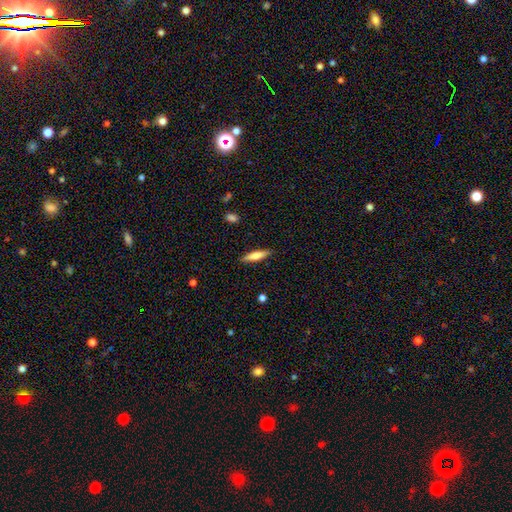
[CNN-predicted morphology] Smooth or featured: smooth — 70% (featured or disk — 24%)
How rounded: cigar-shaped — 74% (in between — 24%)
Merging: none — 88% (minor disturbance — 9%)